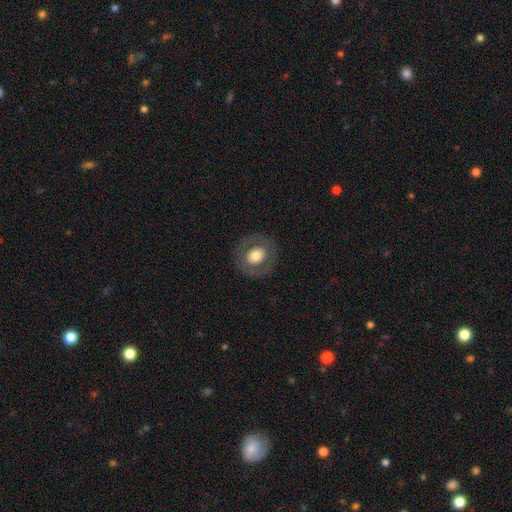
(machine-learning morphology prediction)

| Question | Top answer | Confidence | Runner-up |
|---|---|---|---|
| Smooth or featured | smooth | 57% | featured or disk (36%) |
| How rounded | round | 72% | in between (27%) |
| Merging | none | 83% | minor disturbance (10%) |